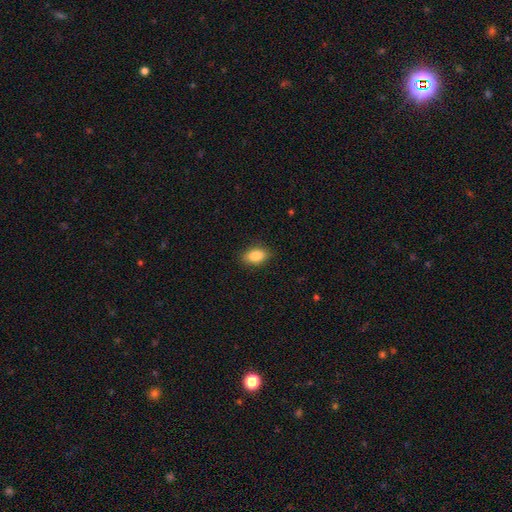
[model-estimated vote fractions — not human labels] Morphology: type=smooth (87%); roundness=in between (89%); merging=none (87%).